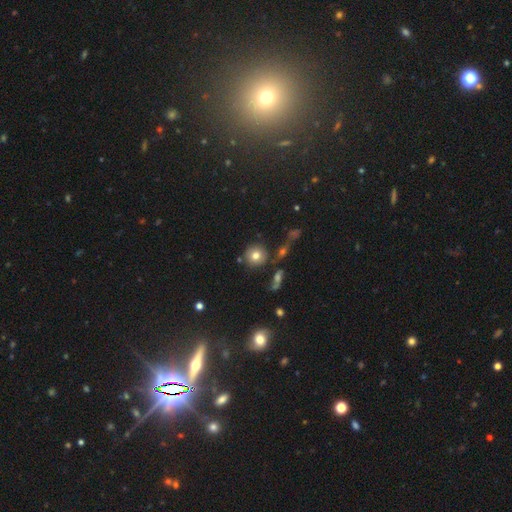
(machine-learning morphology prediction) Overall: smooth (75%). How rounded: round (90%). Merging: none (76%).